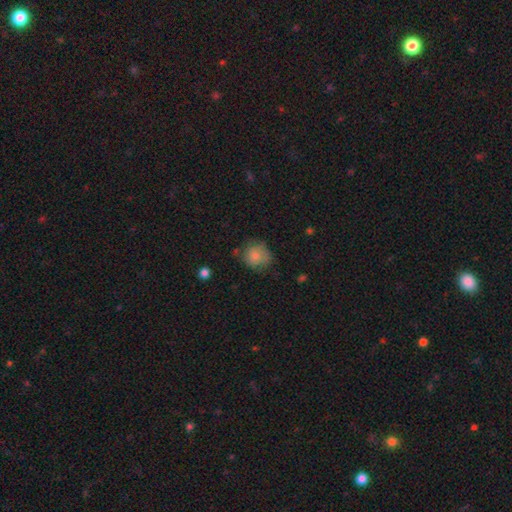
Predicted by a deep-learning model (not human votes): Smooth or featured: smooth — 80% (featured or disk — 11%)
How rounded: round — 80% (in between — 19%)
Merging: none — 61% (minor disturbance — 27%)